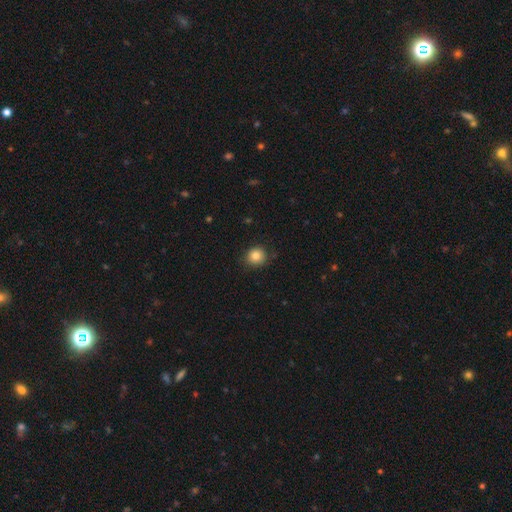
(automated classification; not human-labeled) A smooth galaxy with no disk features (83%) that is round (87%).

Vote fractions:
- Smooth or featured? smooth: 83% / star or artifact: 11% / featured or disk: 6%
- How rounded? round: 87% / in between: 12% / cigar-shaped: 1%
- Merging? none: 85% / minor disturbance: 11% / major disturbance: 3% / merger: 1%